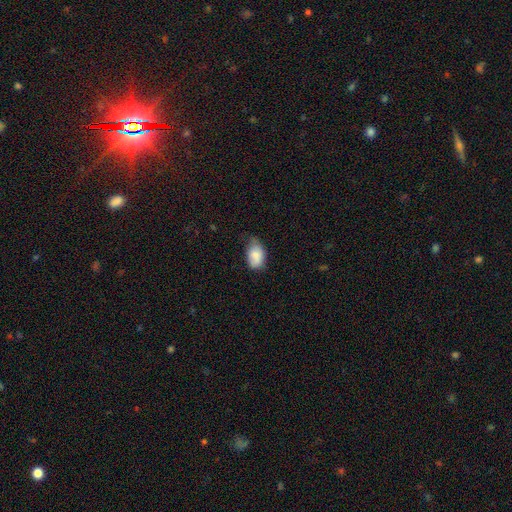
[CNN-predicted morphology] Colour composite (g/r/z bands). It shows a smooth galaxy with no disk features (83%) that is in between round and cigar-shaped (89%). Merging: none (45%).